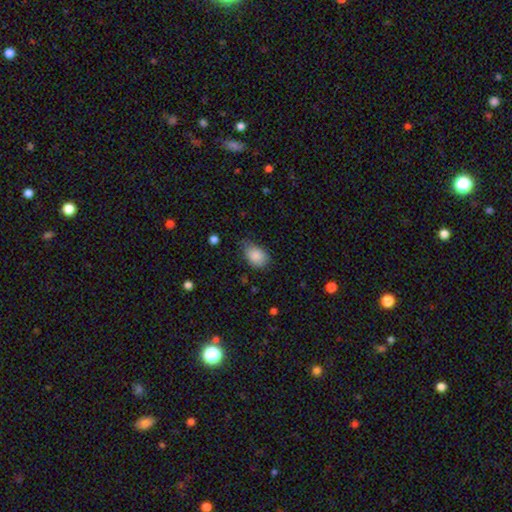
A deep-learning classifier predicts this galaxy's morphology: Smooth or featured? smooth (87%)
How rounded? in between (79%)
Merging? none (54%)